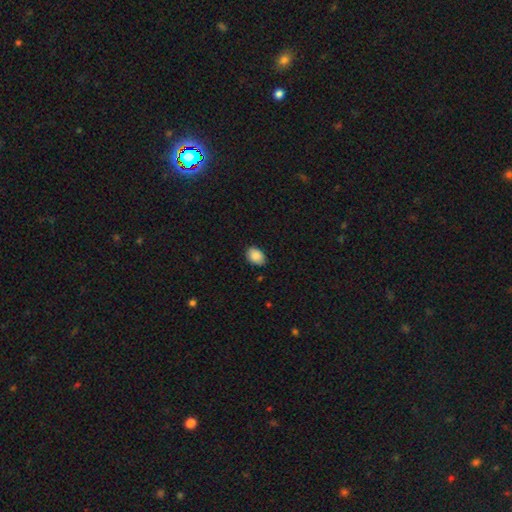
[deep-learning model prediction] Q: Smooth or featured?
A: smooth (89%); runner-up: star or artifact (8%)
Q: How rounded?
A: in between (74%); runner-up: round (25%)
Q: Merging?
A: none (82%); runner-up: minor disturbance (15%)